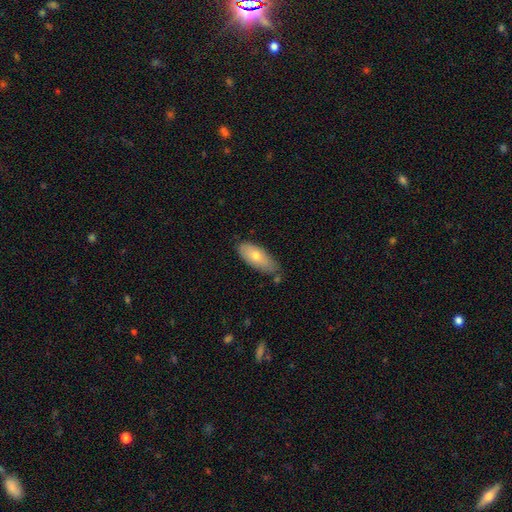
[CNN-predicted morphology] The model was most divided on "merging": none: 68%, minor disturbance: 24%, merger: 4%, major disturbance: 4%. More confident: how rounded — in between (82%); smooth or featured — smooth (69%).